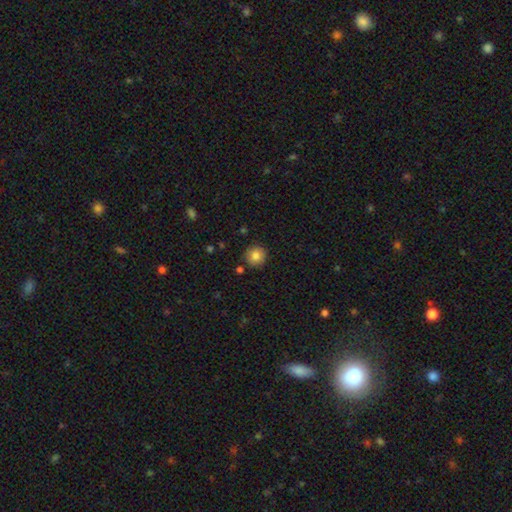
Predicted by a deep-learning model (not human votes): This appears to be a smooth galaxy with no disk features (83%) that is round (94%). Merging: none (88%).